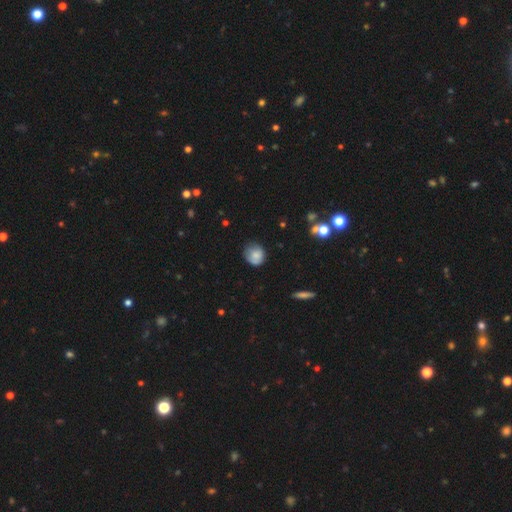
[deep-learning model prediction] A smooth galaxy with no disk features (78%) that is round (78%).

Vote fractions:
- Smooth or featured? smooth: 78% / featured or disk: 14% / star or artifact: 9%
- How rounded? round: 78% / in between: 21% / cigar-shaped: 1%
- Merging? none: 66% / minor disturbance: 27% / major disturbance: 6% / merger: 2%